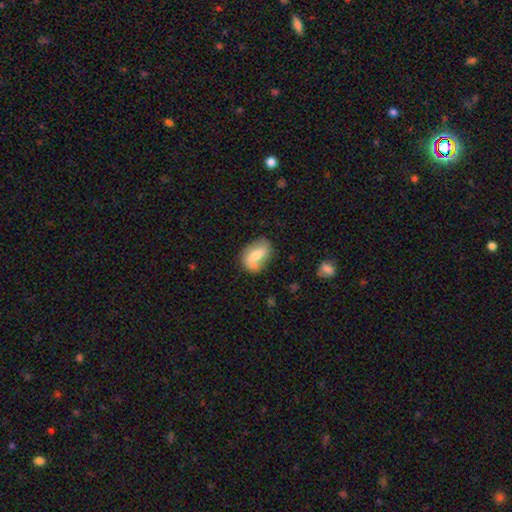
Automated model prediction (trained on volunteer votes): smooth-or-featured: smooth: 53% | featured or disk: 40% | star or artifact: 7%
  how-rounded: in between: 83% | round: 14% | cigar-shaped: 3%
  merging: none: 63% | minor disturbance: 24% | major disturbance: 8% | merger: 5%